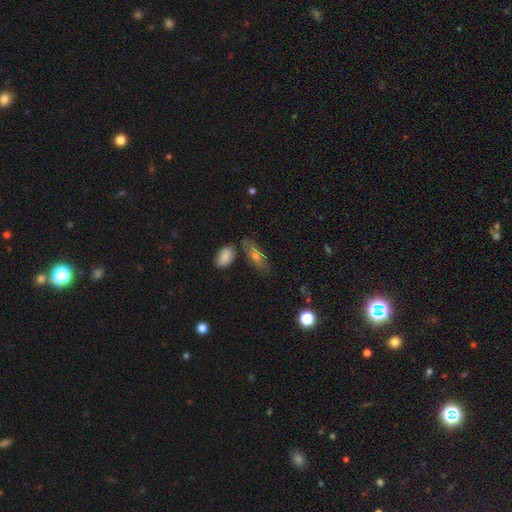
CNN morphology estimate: Overall: smooth (57%; featured or disk 31%). How rounded: in between (64%; cigar-shaped 30%). Merging: none (69%).